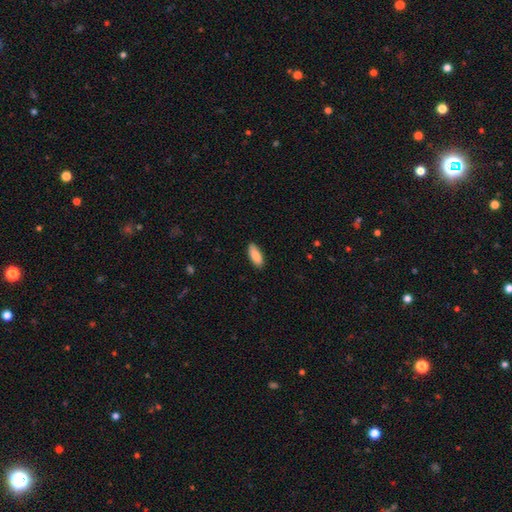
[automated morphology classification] Smooth or featured: smooth — 87% (featured or disk — 7%)
How rounded: in between — 80% (cigar-shaped — 18%)
Merging: none — 86% (minor disturbance — 11%)